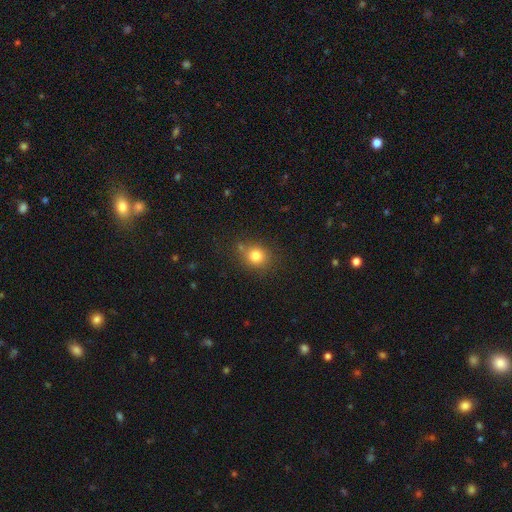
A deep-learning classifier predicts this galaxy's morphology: Q: Smooth or featured?
A: smooth (81%); runner-up: star or artifact (12%)
Q: How rounded?
A: round (74%); runner-up: in between (25%)
Q: Merging?
A: none (76%); runner-up: minor disturbance (14%)